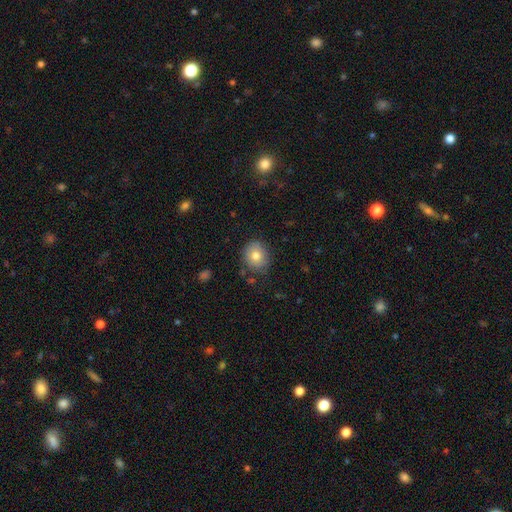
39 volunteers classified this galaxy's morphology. This appears to be a smooth galaxy with no disk features (79%) that is round (61%). Merging: none (81%).